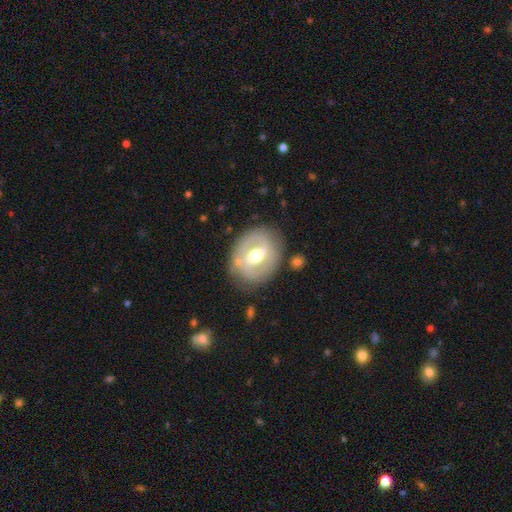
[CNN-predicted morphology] Smooth or featured? Predicted: featured or disk (p=0.72). Edge-on disk? Predicted: no (p=0.95). Bar? Predicted: weak (p=0.43). Spiral arms? Predicted: yes (p=0.59). Bulge size? Predicted: moderate (p=0.75). Merging? Predicted: none (p=0.77).